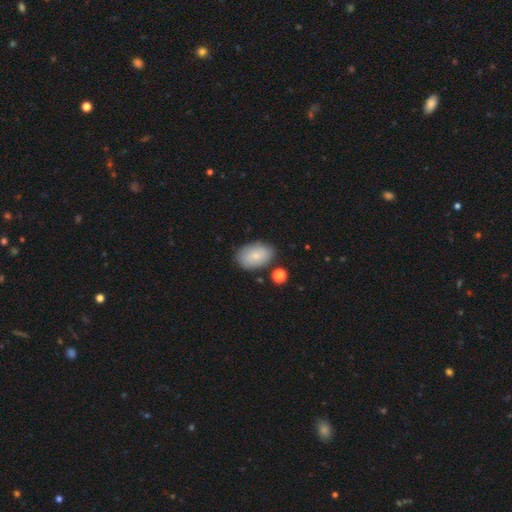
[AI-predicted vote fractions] This appears to be a smooth galaxy with no disk features (74%) that is in between round and cigar-shaped (92%). Merging: none (78%).